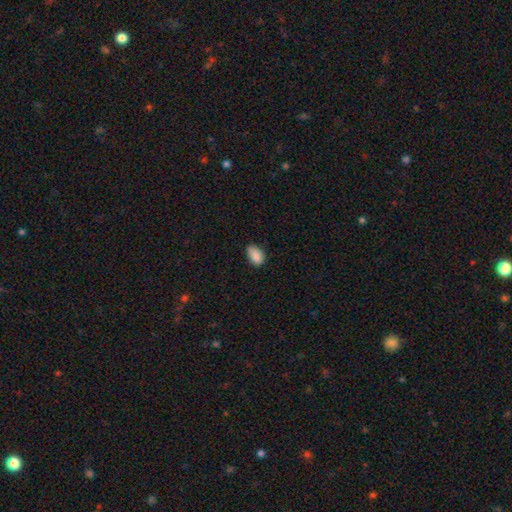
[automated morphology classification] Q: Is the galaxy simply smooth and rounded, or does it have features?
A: smooth — 88%.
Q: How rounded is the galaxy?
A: in between — 90%.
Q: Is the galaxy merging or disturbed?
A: none — 72%.